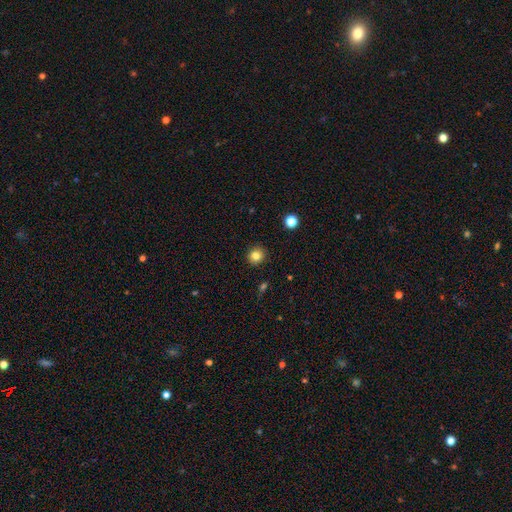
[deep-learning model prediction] Smooth or featured: smooth — 82% (star or artifact — 12%)
How rounded: round — 91% (in between — 8%)
Merging: none — 92% (minor disturbance — 5%)